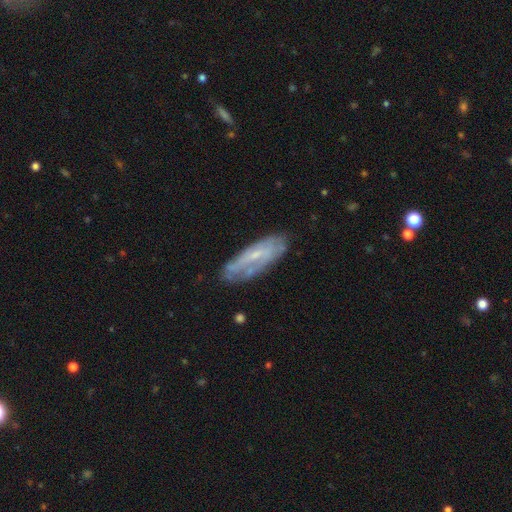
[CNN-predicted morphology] A featured or disk galaxy (59%).

Vote fractions:
- Smooth or featured? featured or disk: 59% / smooth: 33% / star or artifact: 8%
- Edge-on disk? no: 75% / yes: 25%
- Merging? none: 69% / minor disturbance: 22% / major disturbance: 7% / merger: 3%